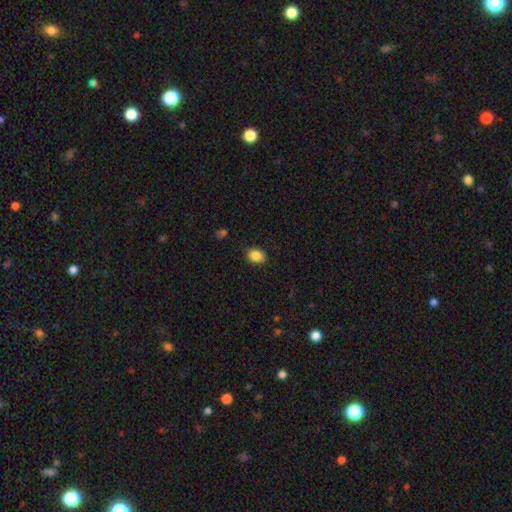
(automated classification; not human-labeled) smooth_or_featured: smooth (p=0.88) [alt: star or artifact p=0.09]
how_rounded: in between (p=0.64) [alt: round p=0.35]
merging: none (p=0.86) [alt: minor disturbance p=0.10]